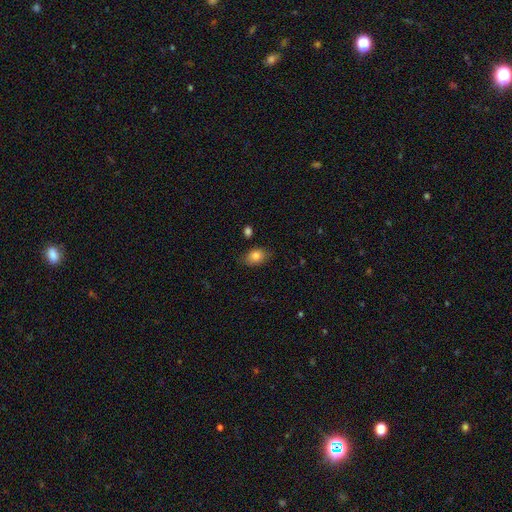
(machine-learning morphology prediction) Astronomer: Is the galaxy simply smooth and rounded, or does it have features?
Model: smooth — 84%.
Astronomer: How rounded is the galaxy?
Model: in between — 78%.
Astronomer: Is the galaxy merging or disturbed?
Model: none — 79%.